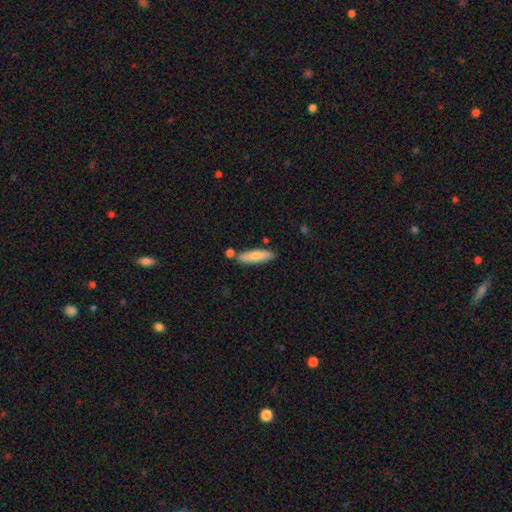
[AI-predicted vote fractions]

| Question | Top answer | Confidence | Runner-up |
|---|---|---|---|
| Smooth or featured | smooth | 80% | featured or disk (15%) |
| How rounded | cigar-shaped | 69% | in between (29%) |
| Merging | none | 76% | minor disturbance (13%) |